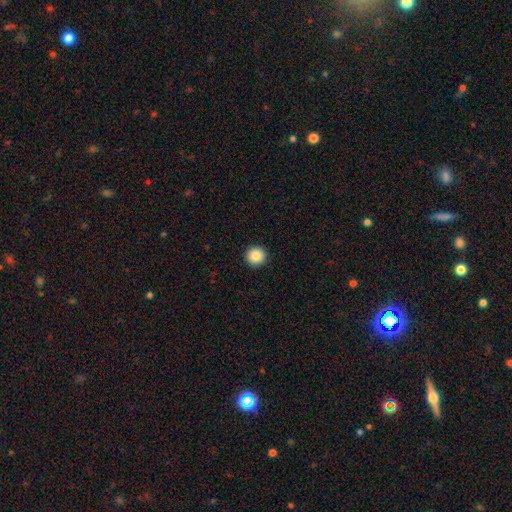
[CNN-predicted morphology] smooth 86%, star or artifact 9%, featured or disk 5%. Down the decision tree: how rounded — round (96%); merging — none (93%).